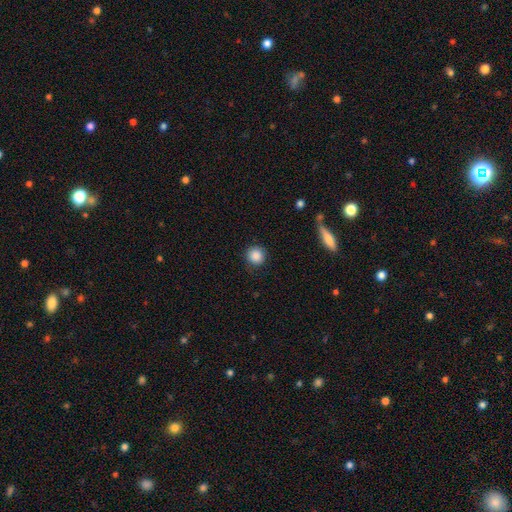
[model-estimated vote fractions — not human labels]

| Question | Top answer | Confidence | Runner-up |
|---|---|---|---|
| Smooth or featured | smooth | 88% | star or artifact (9%) |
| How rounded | round | 92% | in between (7%) |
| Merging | none | 88% | minor disturbance (8%) |